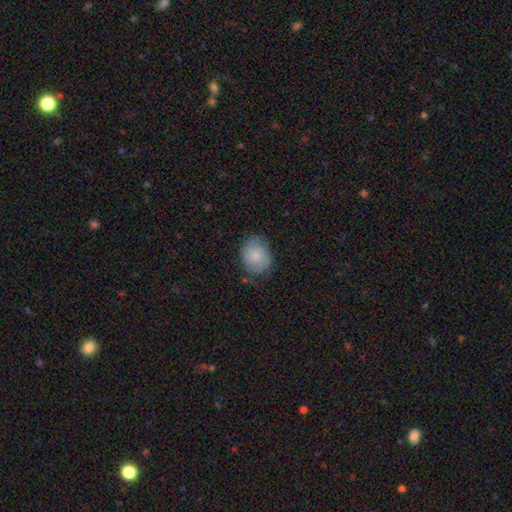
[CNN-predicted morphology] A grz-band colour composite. It shows a smooth galaxy with no disk features (80%) that is in between round and cigar-shaped (54%). Merging: none (69%).